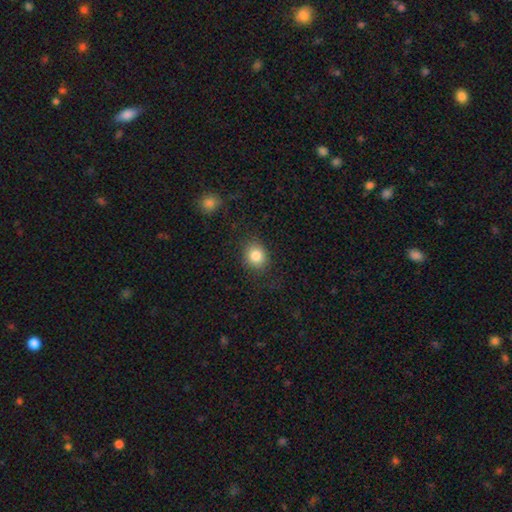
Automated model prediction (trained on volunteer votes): A smooth galaxy with no disk features (83%) that is round (69%).

Vote fractions:
- Smooth or featured? smooth: 83% / star or artifact: 10% / featured or disk: 7%
- How rounded? round: 69% / in between: 30% / cigar-shaped: 1%
- Merging? none: 83% / minor disturbance: 12% / major disturbance: 4% / merger: 1%